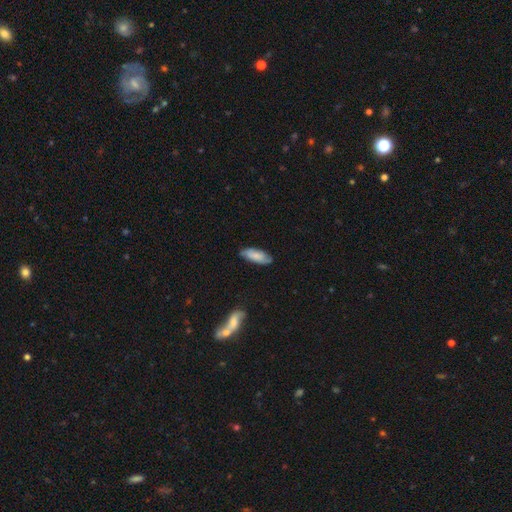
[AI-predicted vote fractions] Morphology: type=smooth (72%); roundness=in between (71%); merging=none (77%).